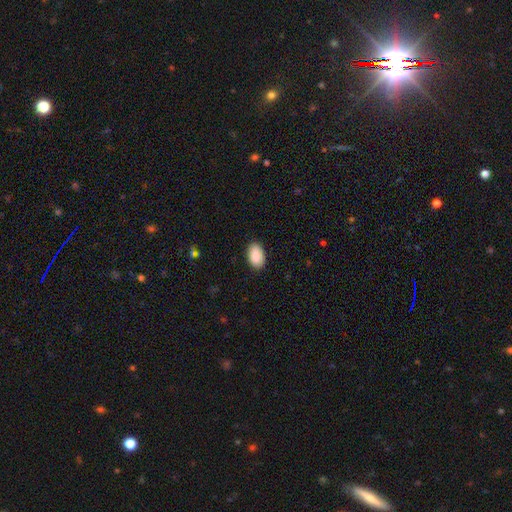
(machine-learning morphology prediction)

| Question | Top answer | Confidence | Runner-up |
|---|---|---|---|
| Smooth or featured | smooth | 89% | star or artifact (6%) |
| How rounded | in between | 93% | round (5%) |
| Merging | none | 88% | minor disturbance (9%) |